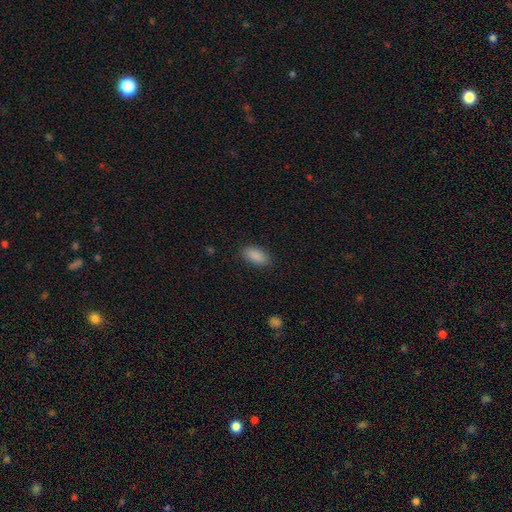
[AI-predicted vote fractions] Morphology: type=smooth (89%); roundness=in between (90%); merging=none (87%).